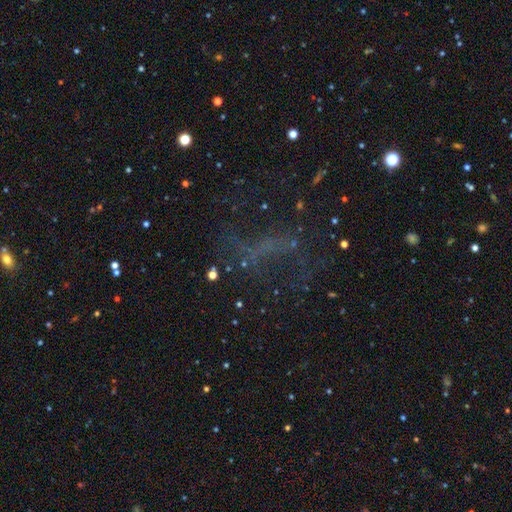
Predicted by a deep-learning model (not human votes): A star or artifact, not a galaxy (44%).